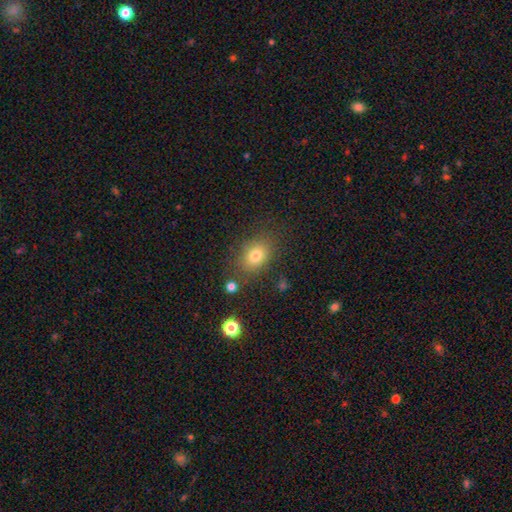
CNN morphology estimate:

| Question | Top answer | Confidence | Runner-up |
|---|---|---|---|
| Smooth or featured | smooth | 78% | star or artifact (12%) |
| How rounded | in between | 66% | round (33%) |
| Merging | none | 78% | minor disturbance (14%) |